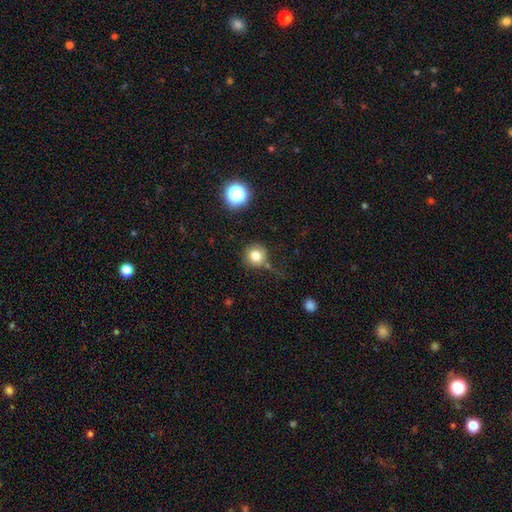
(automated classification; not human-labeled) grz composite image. It shows a smooth galaxy with no disk features (79%) that is round (93%). Merging: none (72%).